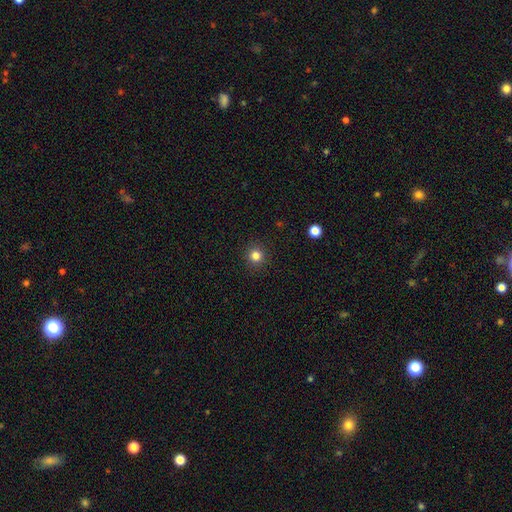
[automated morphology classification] Q: Smooth or featured?
A: smooth (82%); runner-up: star or artifact (13%)
Q: How rounded?
A: round (94%); runner-up: in between (5%)
Q: Merging?
A: none (92%); runner-up: minor disturbance (5%)